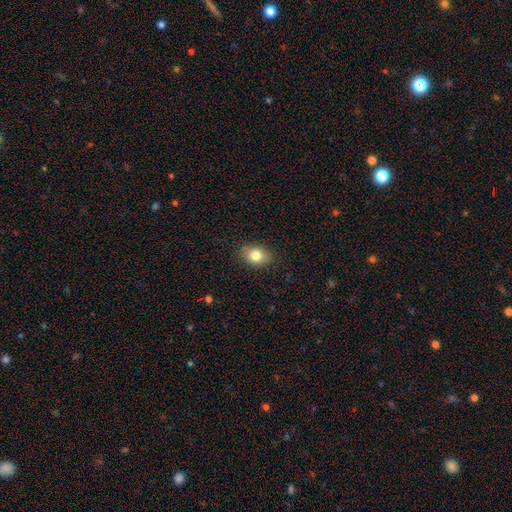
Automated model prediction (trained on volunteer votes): Smooth or featured? Predicted: smooth (p=0.81). How rounded? Predicted: in between (p=0.71). Merging? Predicted: none (p=0.87).